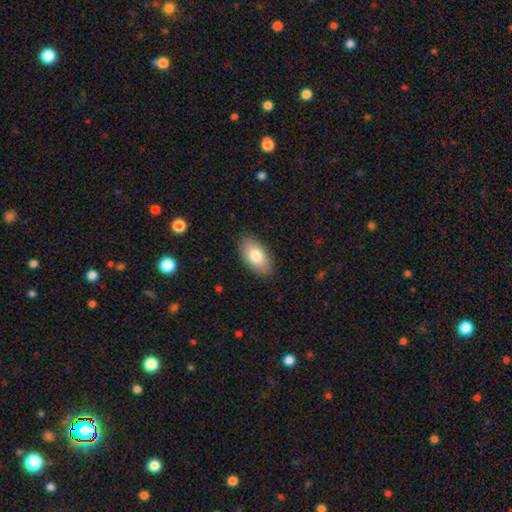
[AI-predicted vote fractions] This is likely a smooth galaxy (79%). How rounded: clearly in between (94%). Merging: clearly none (87%).